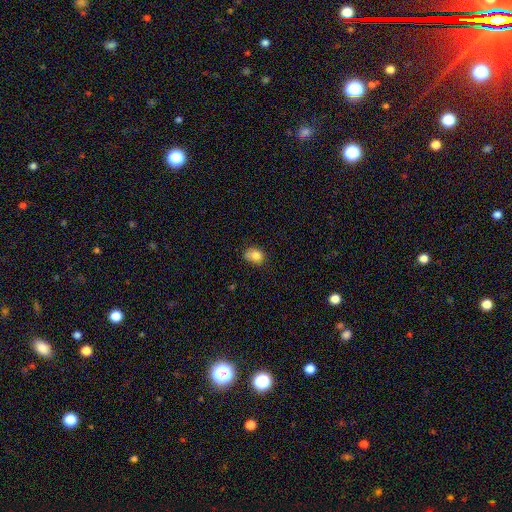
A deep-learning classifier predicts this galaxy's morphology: A smooth galaxy with no disk features (82%) that is in between round and cigar-shaped (57%). Merging: none (57%).